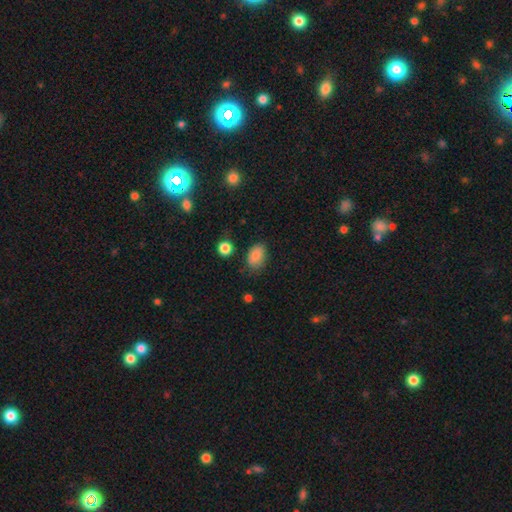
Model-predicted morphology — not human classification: A smooth galaxy with no disk features (85%) that is in between round and cigar-shaped (83%).

Vote fractions:
- Smooth or featured? smooth: 85% / star or artifact: 9% / featured or disk: 6%
- How rounded? in between: 83% / round: 15% / cigar-shaped: 1%
- Merging? none: 73% / minor disturbance: 20% / major disturbance: 4% / merger: 2%